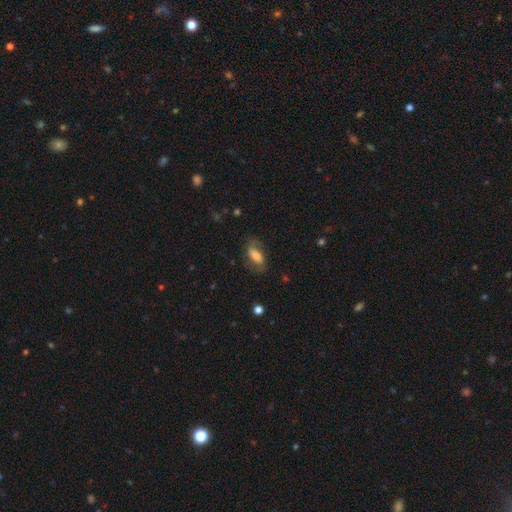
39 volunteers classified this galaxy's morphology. Smooth or featured? 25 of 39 (64%) said smooth. How rounded? 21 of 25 (84%) said in between. Merging? 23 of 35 (66%) said none.